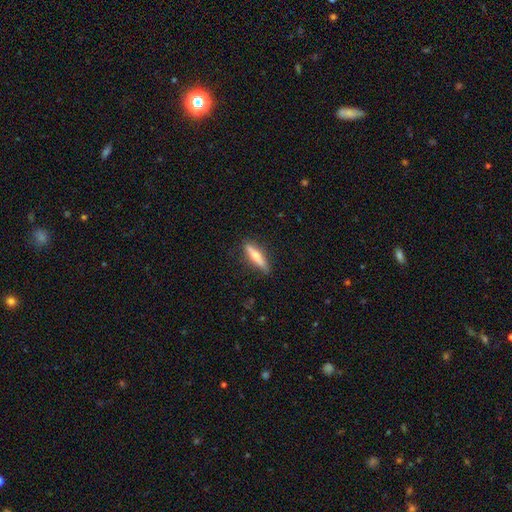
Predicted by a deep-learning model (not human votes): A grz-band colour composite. It shows a smooth galaxy with no disk features (60%) that is cigar-shaped (80%). Merging: none (85%).